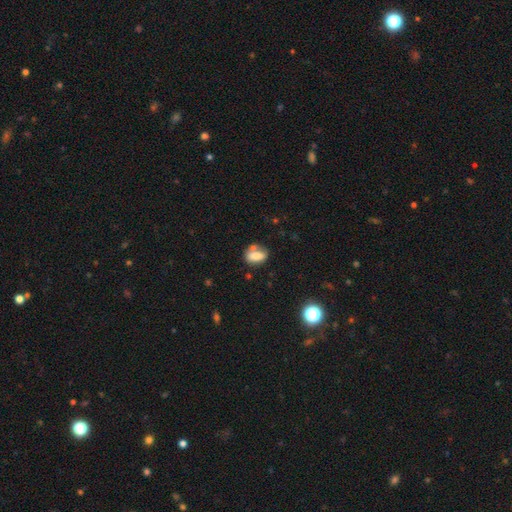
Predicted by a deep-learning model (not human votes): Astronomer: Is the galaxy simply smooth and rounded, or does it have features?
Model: smooth — 73%.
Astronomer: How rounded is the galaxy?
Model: in between — 77%.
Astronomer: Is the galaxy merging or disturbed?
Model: none — 52%.